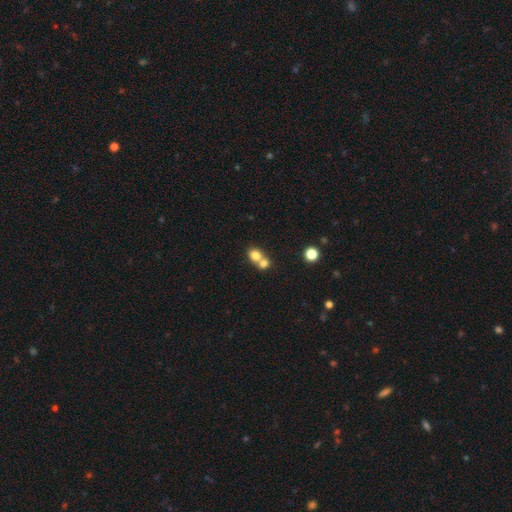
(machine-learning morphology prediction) The model was most divided on "merging": merger: 60%, none: 32%, minor disturbance: 5%, major disturbance: 2%. More confident: smooth or featured — smooth (77%); how rounded — round (69%).